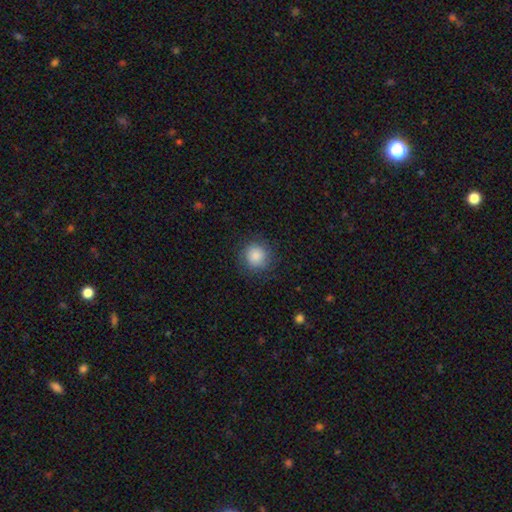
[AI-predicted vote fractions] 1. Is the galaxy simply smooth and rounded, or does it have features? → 86% smooth, 9% star or artifact, 5% featured or disk.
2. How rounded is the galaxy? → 92% round, 7% in between, 1% cigar-shaped.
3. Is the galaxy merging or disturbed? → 85% none, 10% minor disturbance, 4% major disturbance, 1% merger.